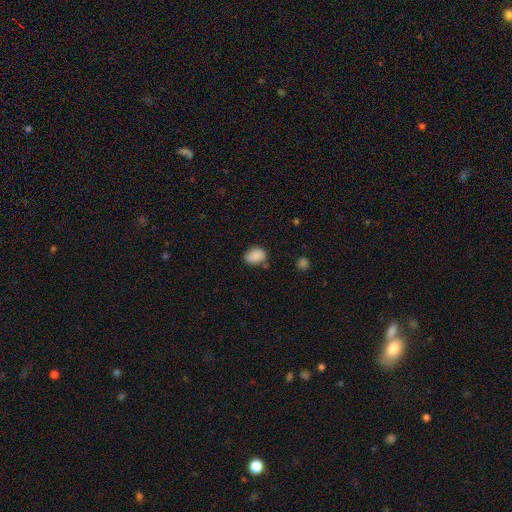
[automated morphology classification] A smooth galaxy with no disk features (86%) that is in between round and cigar-shaped (71%).

Vote fractions:
- Smooth or featured? smooth: 86% / star or artifact: 8% / featured or disk: 6%
- How rounded? in between: 71% / round: 28% / cigar-shaped: 1%
- Merging? none: 65% / minor disturbance: 24% / merger: 6% / major disturbance: 6%